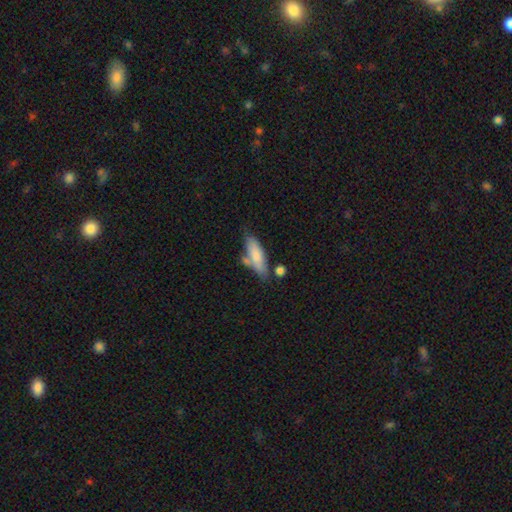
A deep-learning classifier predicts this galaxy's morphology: Smooth or featured? smooth (77%)
How rounded? in between (54%)
Merging? none (55%)